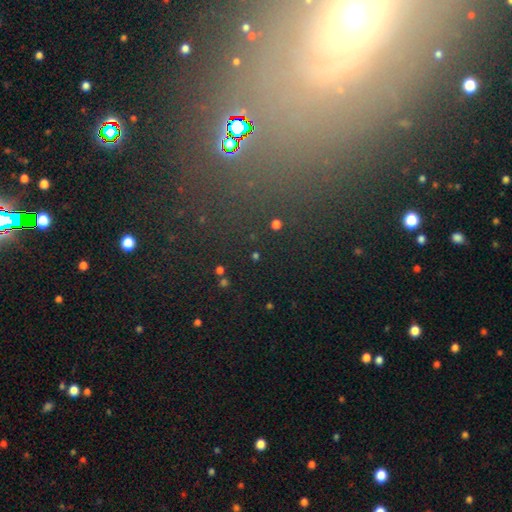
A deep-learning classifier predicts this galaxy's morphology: smooth-or-featured: star or artifact: 57% | smooth: 31% | featured or disk: 12%